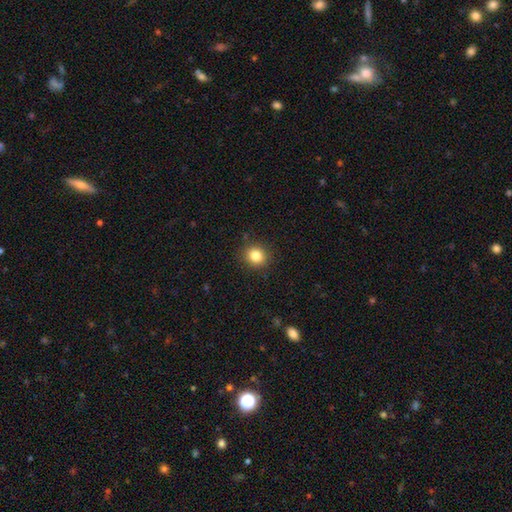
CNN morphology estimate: Q: Smooth or featured?
A: smooth (83%); runner-up: star or artifact (11%)
Q: How rounded?
A: round (84%); runner-up: in between (15%)
Q: Merging?
A: none (90%); runner-up: minor disturbance (7%)